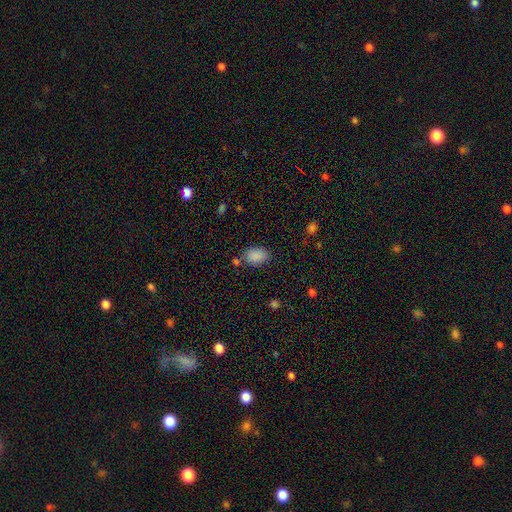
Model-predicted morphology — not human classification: smooth-or-featured: smooth: 88% | star or artifact: 9% | featured or disk: 4%
  how-rounded: in between: 87% | round: 12% | cigar-shaped: 1%
  merging: none: 75% | minor disturbance: 15% | merger: 6% | major disturbance: 4%